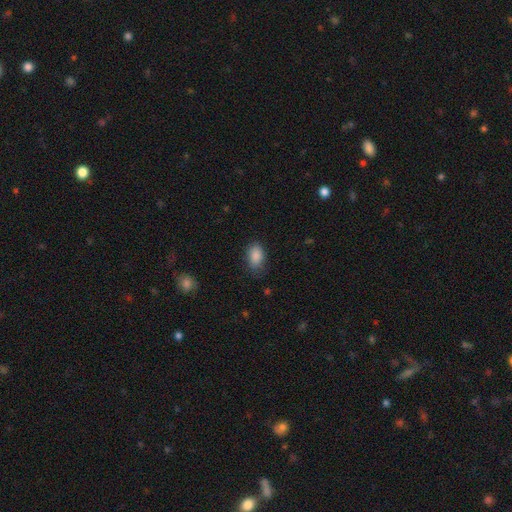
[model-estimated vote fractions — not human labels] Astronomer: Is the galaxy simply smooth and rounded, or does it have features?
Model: smooth — 88%.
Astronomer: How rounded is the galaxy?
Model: in between — 90%.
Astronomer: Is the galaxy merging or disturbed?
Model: none — 73%.